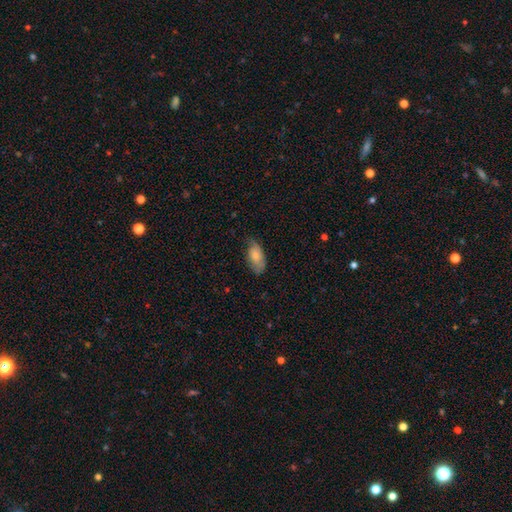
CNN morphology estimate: Smooth or featured? smooth (71%)
How rounded? in between (92%)
Merging? none (58%)